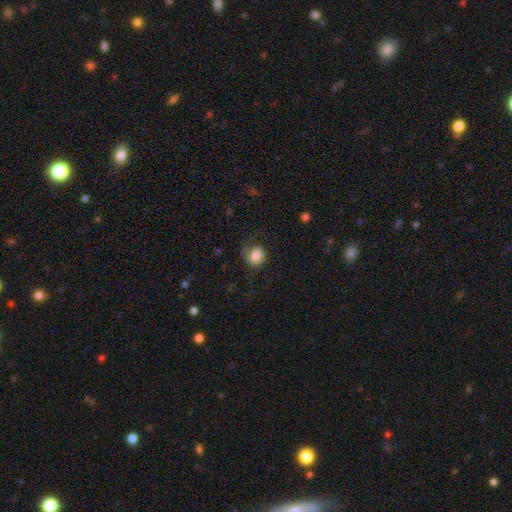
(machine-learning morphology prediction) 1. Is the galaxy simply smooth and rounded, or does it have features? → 81% smooth, 10% featured or disk, 9% star or artifact.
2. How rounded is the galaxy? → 70% round, 30% in between, 1% cigar-shaped.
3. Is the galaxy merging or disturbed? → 66% none, 22% minor disturbance, 10% major disturbance, 2% merger.